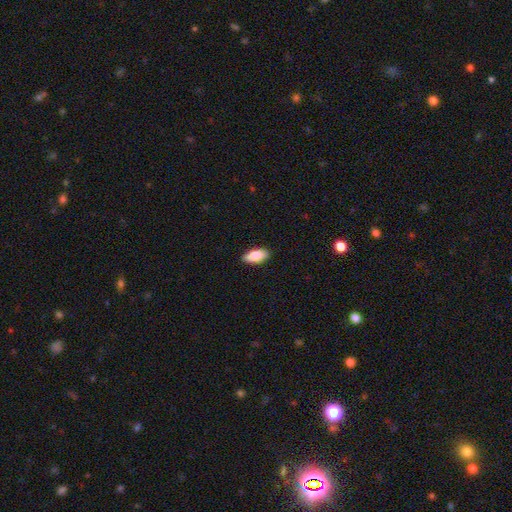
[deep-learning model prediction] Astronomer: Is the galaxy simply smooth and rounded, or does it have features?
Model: smooth — 85%.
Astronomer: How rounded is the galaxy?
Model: in between — 91%.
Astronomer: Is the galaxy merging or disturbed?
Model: none — 87%.